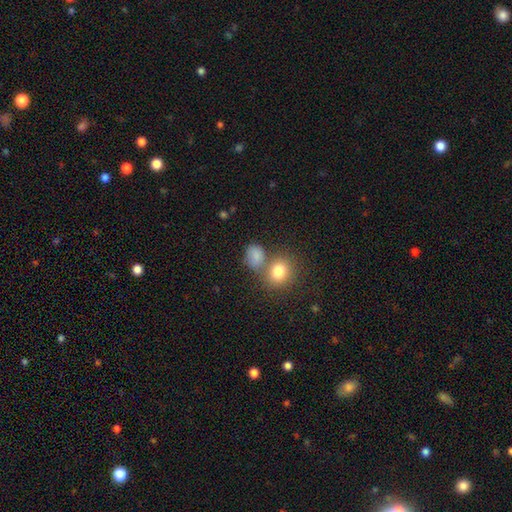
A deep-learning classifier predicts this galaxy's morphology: smooth_or_featured: smooth (p=0.80) [alt: star or artifact p=0.12]
how_rounded: round (p=0.54) [alt: in between p=0.45]
merging: none (p=0.49) [alt: merger p=0.32]